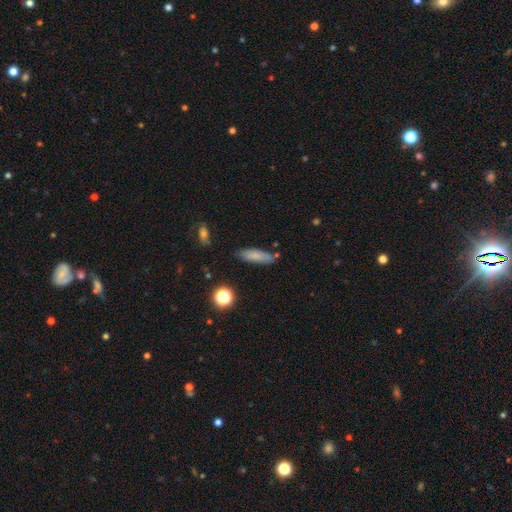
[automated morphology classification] The model was most divided on "how rounded": cigar-shaped: 56%, in between: 41%, round: 3%. More confident: smooth or featured — smooth (78%); merging — none (77%).